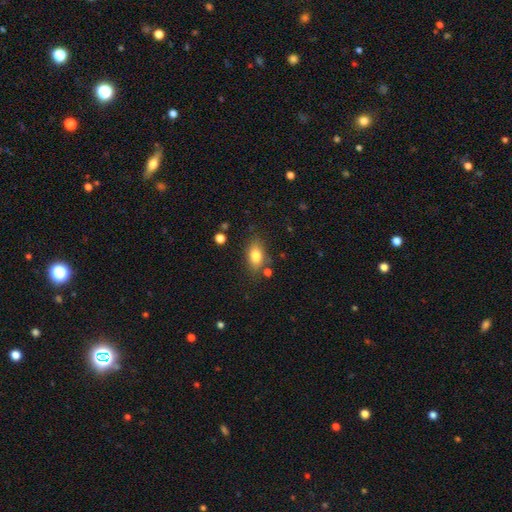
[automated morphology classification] smooth-or-featured: smooth: 79% | featured or disk: 12% | star or artifact: 9%
  how-rounded: in between: 83% | round: 12% | cigar-shaped: 5%
  merging: none: 75% | minor disturbance: 16% | merger: 5% | major disturbance: 4%